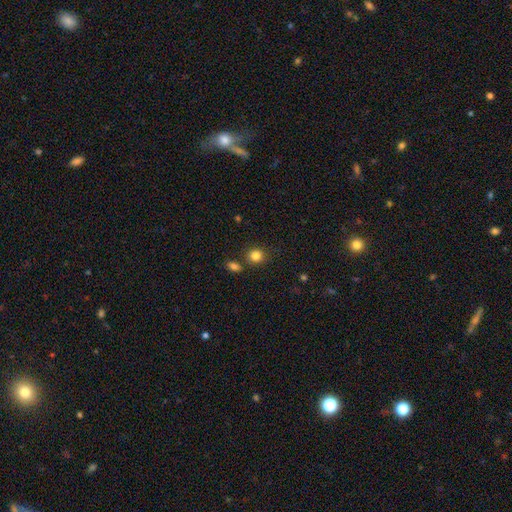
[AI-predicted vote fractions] Overall: smooth (84%). How rounded: round (78%). Merging: none (78%).